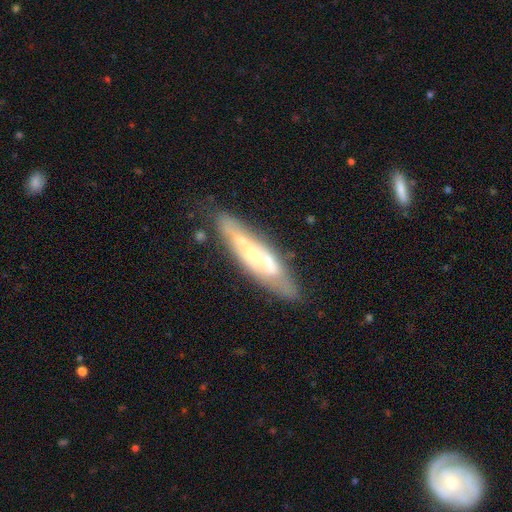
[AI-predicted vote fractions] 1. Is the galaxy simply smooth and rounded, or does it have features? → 65% featured or disk, 28% smooth, 7% star or artifact.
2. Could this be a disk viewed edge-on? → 54% yes, 46% no.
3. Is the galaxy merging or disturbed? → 71% none, 18% minor disturbance, 6% major disturbance, 5% merger.